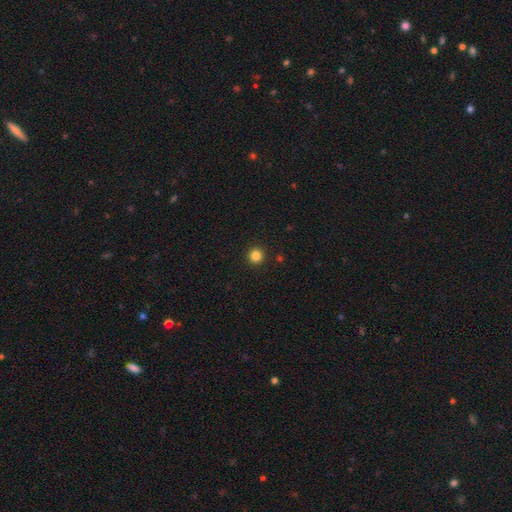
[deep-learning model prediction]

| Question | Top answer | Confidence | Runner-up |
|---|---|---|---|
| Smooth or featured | smooth | 83% | star or artifact (13%) |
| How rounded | round | 96% | in between (3%) |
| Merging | none | 94% | minor disturbance (4%) |